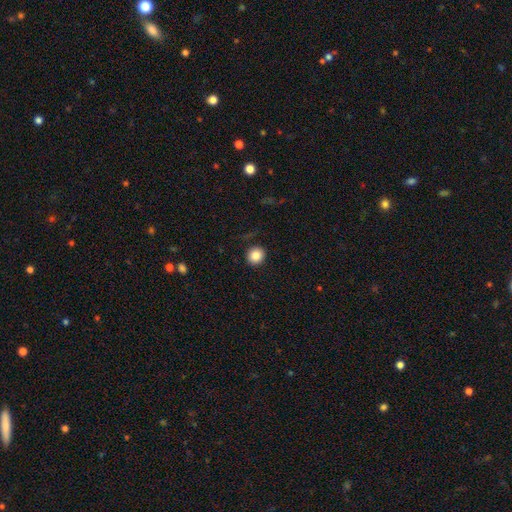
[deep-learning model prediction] Q: Smooth or featured?
A: smooth (85%); runner-up: star or artifact (10%)
Q: How rounded?
A: round (87%); runner-up: in between (12%)
Q: Merging?
A: none (88%); runner-up: minor disturbance (8%)